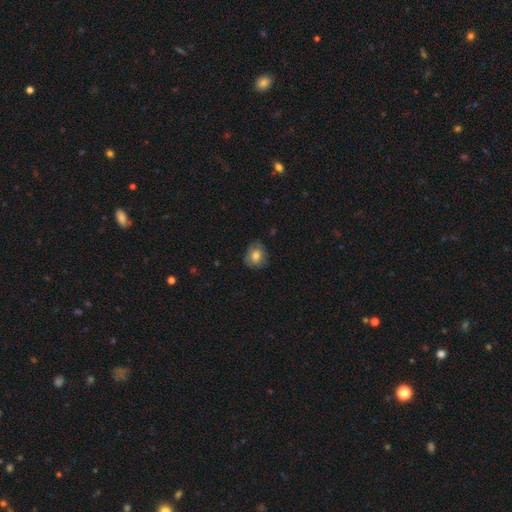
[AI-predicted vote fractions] Overall: smooth (75%). How rounded: round (65%; in between 34%). Merging: none (70%).